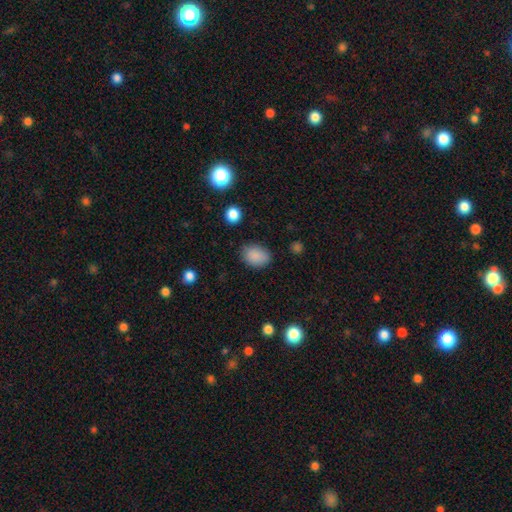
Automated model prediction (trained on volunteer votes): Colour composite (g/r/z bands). It shows a smooth galaxy with no disk features (87%) that is in between round and cigar-shaped (71%). Merging: none (80%).